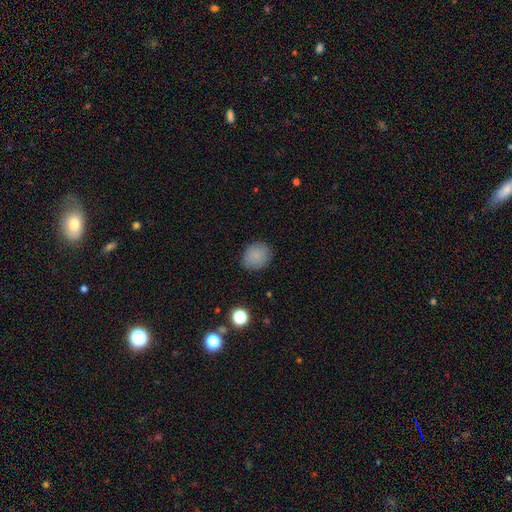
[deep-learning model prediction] Smooth or featured? Predicted: smooth (p=0.84). How rounded? Predicted: round (p=0.64). Merging? Predicted: none (p=0.85).